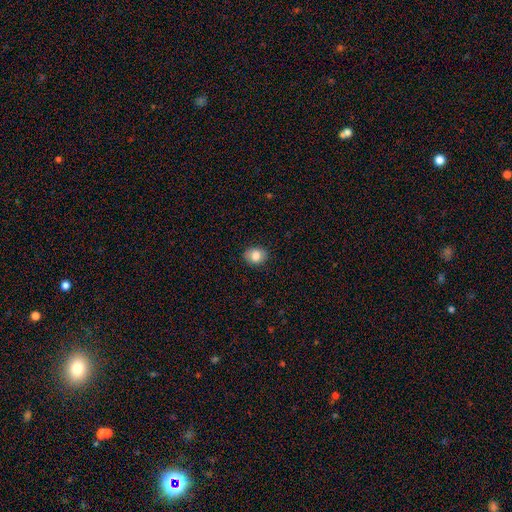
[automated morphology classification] Smooth or featured?
  - smooth: 83% *
  - star or artifact: 9%
  - featured or disk: 9%
How rounded?
  - round: 58% *
  - in between: 41%
  - cigar-shaped: 1%
Merging?
  - none: 86% *
  - minor disturbance: 11%
  - major disturbance: 2%
  - merger: 1%